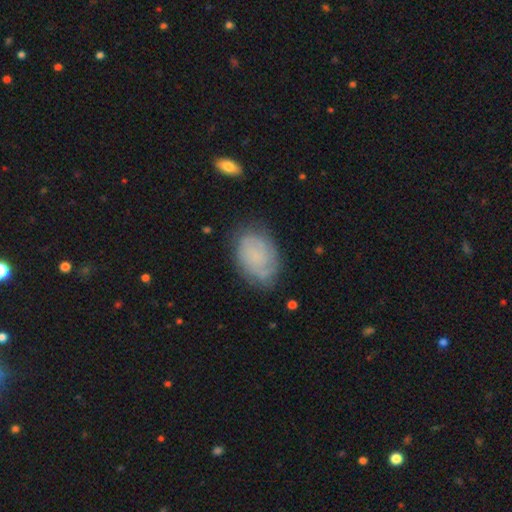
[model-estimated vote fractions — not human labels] A featured or disk galaxy (54%) with no bar (78%), spiral arms (82%) and no central bulge (52%).

Vote fractions:
- Smooth or featured? featured or disk: 54% / smooth: 37% / star or artifact: 9%
- Edge-on disk? no: 97% / yes: 3%
- Bar? no: 78% / weak: 18% / strong: 3%
- Spiral arms? yes: 82% / no: 18%
- Bulge size? none: 52% / small: 35% / moderate: 9% / large: 3% / dominant: 2%
- Merging? none: 71% / minor disturbance: 20% / major disturbance: 7% / merger: 2%